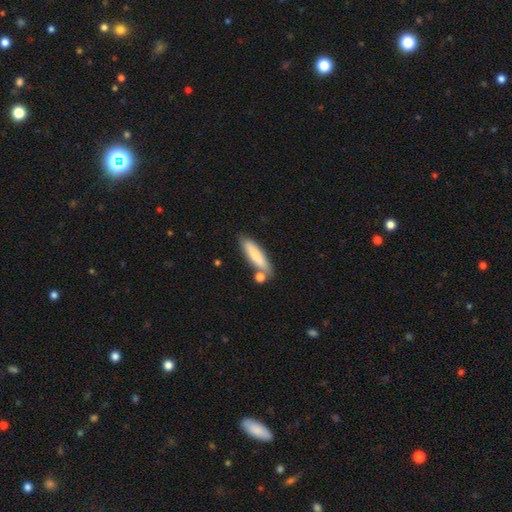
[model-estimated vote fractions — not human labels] Smooth or featured?
  - smooth: 76% *
  - featured or disk: 18%
  - star or artifact: 6%
How rounded?
  - cigar-shaped: 74% *
  - in between: 24%
  - round: 2%
Merging?
  - none: 69% *
  - minor disturbance: 14%
  - merger: 13%
  - major disturbance: 4%